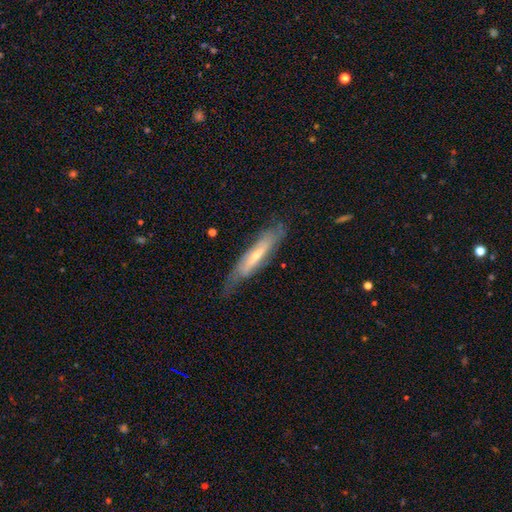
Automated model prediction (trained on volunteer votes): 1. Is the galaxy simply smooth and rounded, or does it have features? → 61% featured or disk, 33% smooth, 6% star or artifact.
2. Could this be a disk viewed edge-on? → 57% yes, 43% no.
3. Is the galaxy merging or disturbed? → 69% none, 22% minor disturbance, 7% major disturbance, 1% merger.